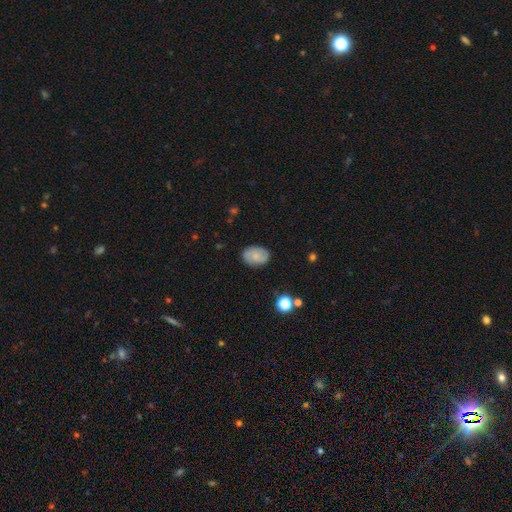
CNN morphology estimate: A smooth galaxy with no disk features (76%) that is in between round and cigar-shaped (83%). Merging: none (84%).